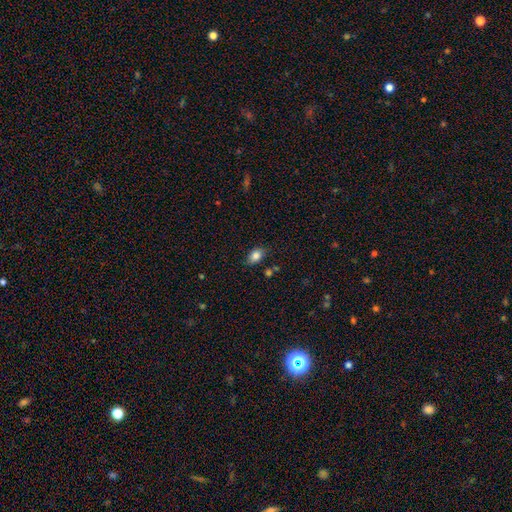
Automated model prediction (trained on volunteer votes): This is clearly a smooth galaxy (83%). How rounded: clearly in between (80%). Merging: likely none (77%).